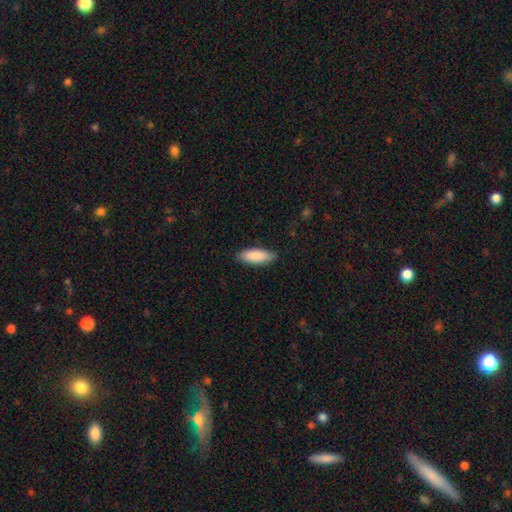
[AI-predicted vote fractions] Smooth or featured? smooth (89%)
How rounded? in between (65%)
Merging? none (87%)